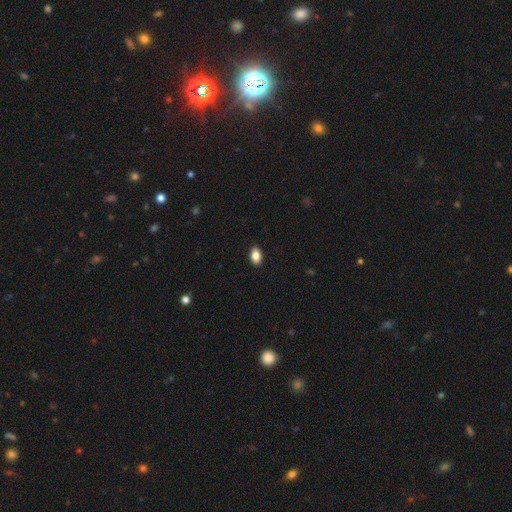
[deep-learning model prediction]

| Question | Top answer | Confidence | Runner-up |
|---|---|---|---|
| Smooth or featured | smooth | 86% | star or artifact (8%) |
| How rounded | in between | 87% | round (12%) |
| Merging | none | 89% | minor disturbance (8%) |